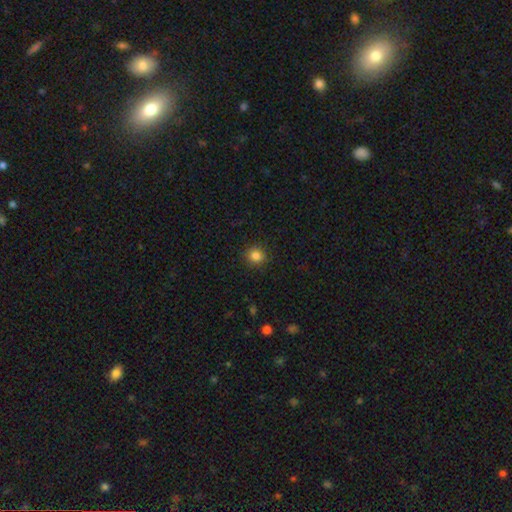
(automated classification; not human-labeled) Smooth or featured?
  - smooth: 84% *
  - star or artifact: 11%
  - featured or disk: 4%
How rounded?
  - round: 90% *
  - in between: 9%
  - cigar-shaped: 1%
Merging?
  - none: 91% *
  - minor disturbance: 6%
  - major disturbance: 2%
  - merger: 1%